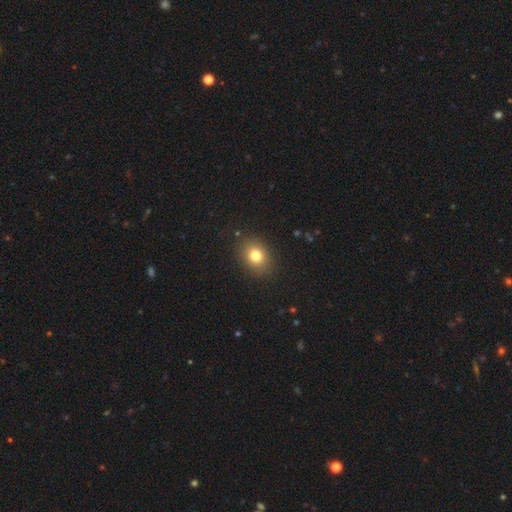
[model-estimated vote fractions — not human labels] Smooth or featured: smooth — 79% (star or artifact — 12%)
How rounded: round — 54% (in between — 45%)
Merging: none — 88% (minor disturbance — 8%)